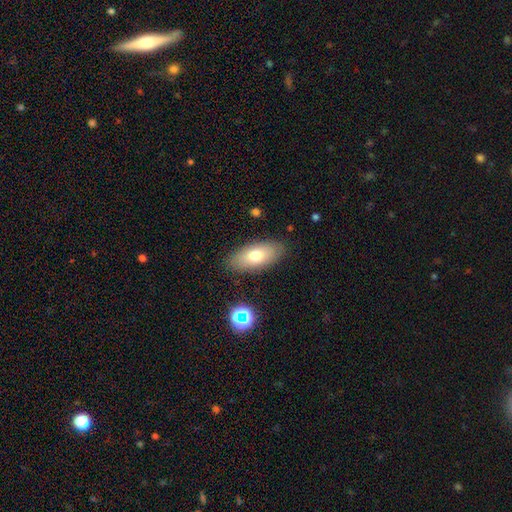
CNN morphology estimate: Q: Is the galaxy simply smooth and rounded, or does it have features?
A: smooth — 72%.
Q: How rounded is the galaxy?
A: in between — 87%.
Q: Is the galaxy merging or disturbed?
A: none — 86%.